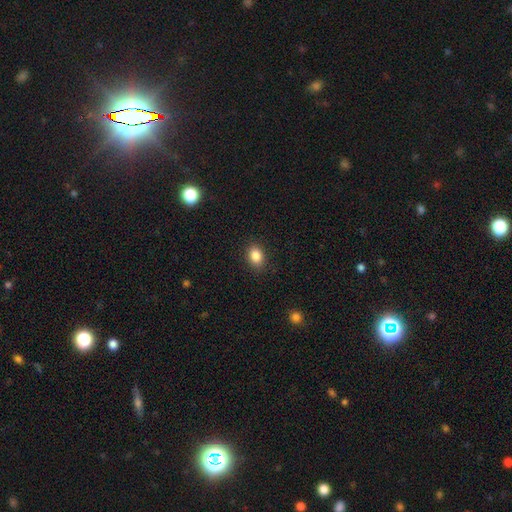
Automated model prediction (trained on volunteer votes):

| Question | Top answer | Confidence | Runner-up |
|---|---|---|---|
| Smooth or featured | smooth | 86% | star or artifact (10%) |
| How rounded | in between | 68% | round (31%) |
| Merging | none | 88% | minor disturbance (8%) |